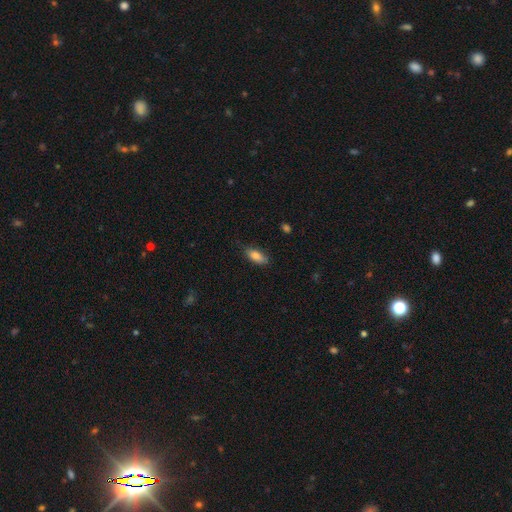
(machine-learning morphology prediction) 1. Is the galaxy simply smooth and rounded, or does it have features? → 81% smooth, 11% featured or disk, 7% star or artifact.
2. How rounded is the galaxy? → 81% in between, 17% cigar-shaped, 3% round.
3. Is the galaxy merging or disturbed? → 70% none, 24% minor disturbance, 5% major disturbance, 1% merger.